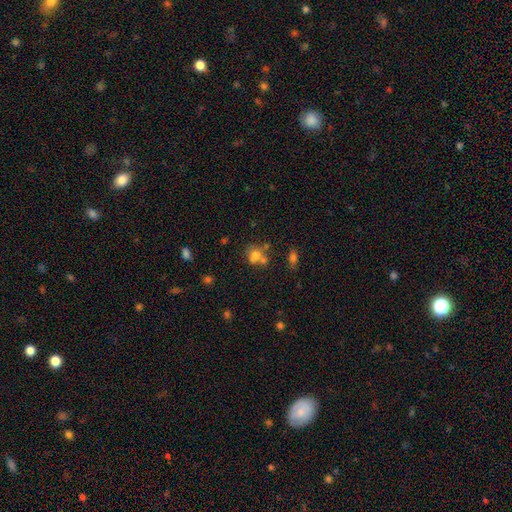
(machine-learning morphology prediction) Smooth or featured: smooth — 68% (featured or disk — 18%)
How rounded: round — 61% (in between — 38%)
Merging: merger — 40% (none — 39%)